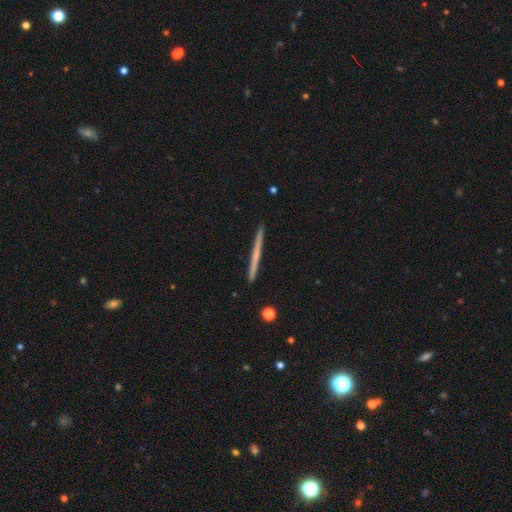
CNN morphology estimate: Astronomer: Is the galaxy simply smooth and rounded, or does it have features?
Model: featured or disk — 48% (runner-up: smooth, 47%).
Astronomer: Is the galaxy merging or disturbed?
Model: none — 93%.